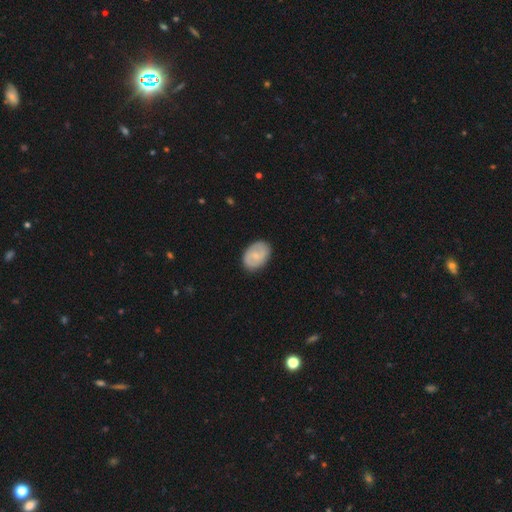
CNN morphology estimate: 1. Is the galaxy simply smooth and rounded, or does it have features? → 53% smooth, 41% featured or disk, 6% star or artifact.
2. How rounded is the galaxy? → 80% in between, 19% round, 1% cigar-shaped.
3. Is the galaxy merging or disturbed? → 83% none, 13% minor disturbance, 3% major disturbance, 1% merger.